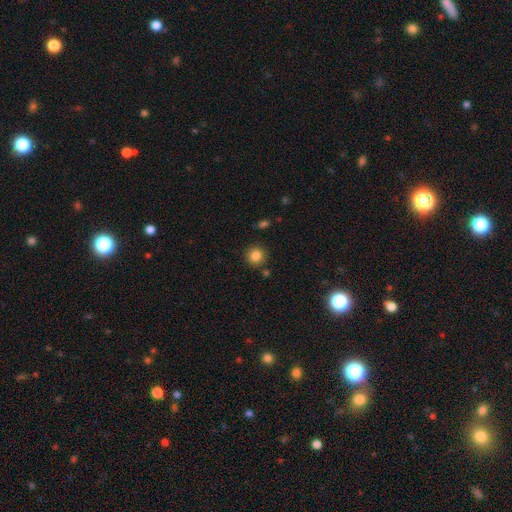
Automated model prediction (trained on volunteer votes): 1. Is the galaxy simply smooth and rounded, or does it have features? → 84% smooth, 11% star or artifact, 5% featured or disk.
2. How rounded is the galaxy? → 93% round, 6% in between, 1% cigar-shaped.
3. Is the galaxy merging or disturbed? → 87% none, 7% minor disturbance, 3% merger, 2% major disturbance.